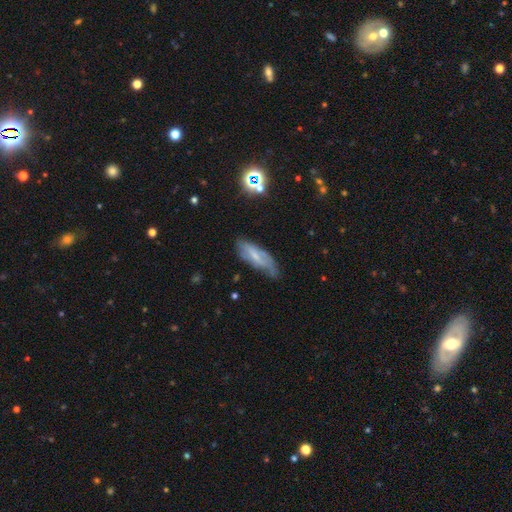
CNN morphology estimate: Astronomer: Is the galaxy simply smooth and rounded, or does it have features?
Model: featured or disk — 58%.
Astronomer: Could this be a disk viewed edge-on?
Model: no — 81%.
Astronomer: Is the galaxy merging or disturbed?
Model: none — 56%.